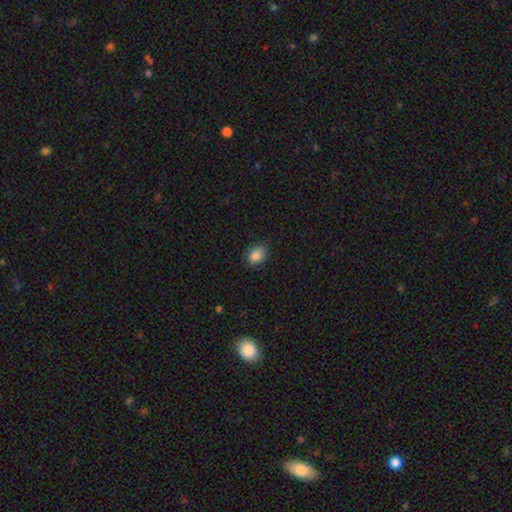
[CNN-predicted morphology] smooth_or_featured: smooth (p=0.86) [alt: star or artifact p=0.09]
how_rounded: in between (p=0.65) [alt: round p=0.34]
merging: none (p=0.83) [alt: minor disturbance p=0.13]